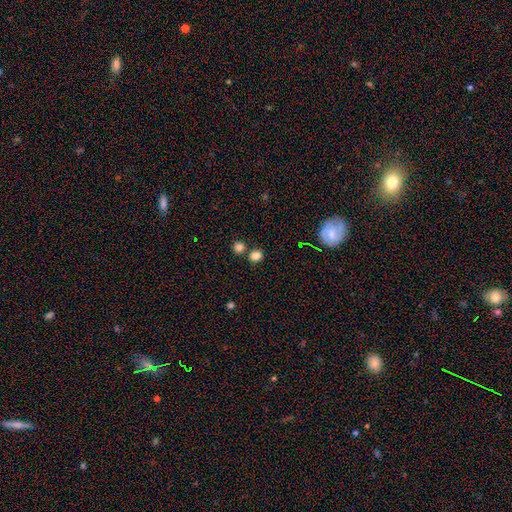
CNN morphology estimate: Smooth or featured? smooth (83%)
How rounded? round (77%)
Merging? none (74%)